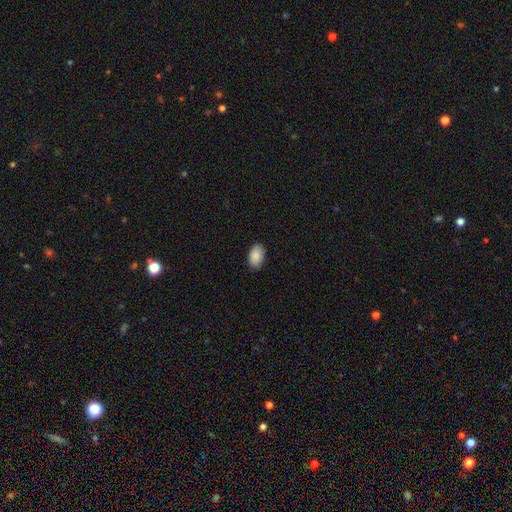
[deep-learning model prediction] Smooth or featured?
  - smooth: 89% *
  - star or artifact: 7%
  - featured or disk: 4%
How rounded?
  - in between: 92% *
  - round: 6%
  - cigar-shaped: 1%
Merging?
  - none: 89% *
  - minor disturbance: 9%
  - major disturbance: 2%
  - merger: 1%